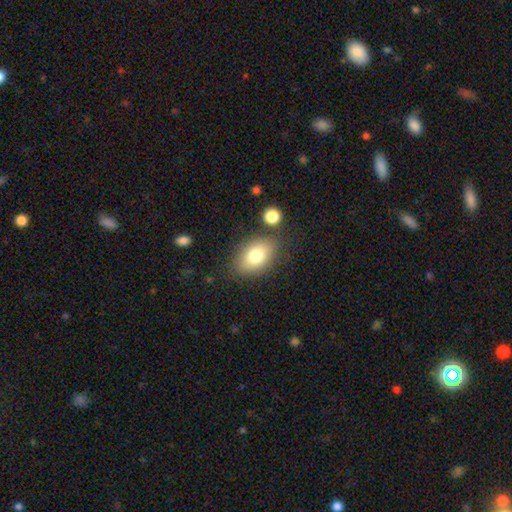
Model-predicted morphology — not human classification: Smooth or featured? Predicted: smooth (p=0.79). How rounded? Predicted: in between (p=0.85). Merging? Predicted: none (p=0.77).